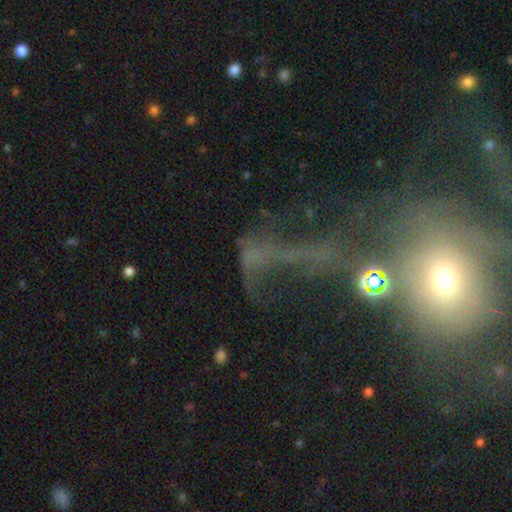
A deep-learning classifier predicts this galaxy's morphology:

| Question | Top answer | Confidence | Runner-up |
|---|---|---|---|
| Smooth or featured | star or artifact | 46% | featured or disk (32%) |